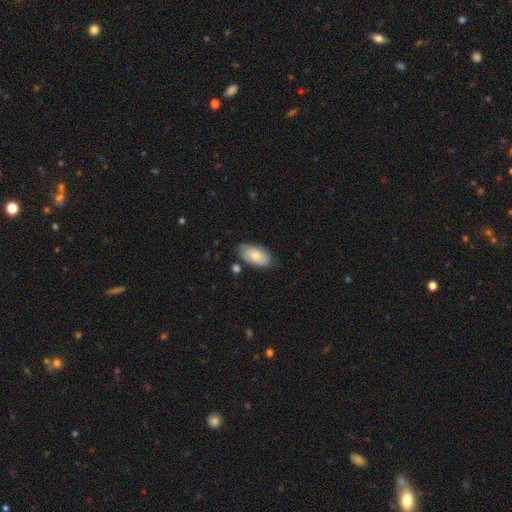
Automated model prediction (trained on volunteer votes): A smooth galaxy with no disk features (72%) that is in between round and cigar-shaped (94%).

Vote fractions:
- Smooth or featured? smooth: 72% / featured or disk: 22% / star or artifact: 6%
- How rounded? in between: 94% / round: 4% / cigar-shaped: 3%
- Merging? none: 69% / minor disturbance: 22% / merger: 4% / major disturbance: 4%